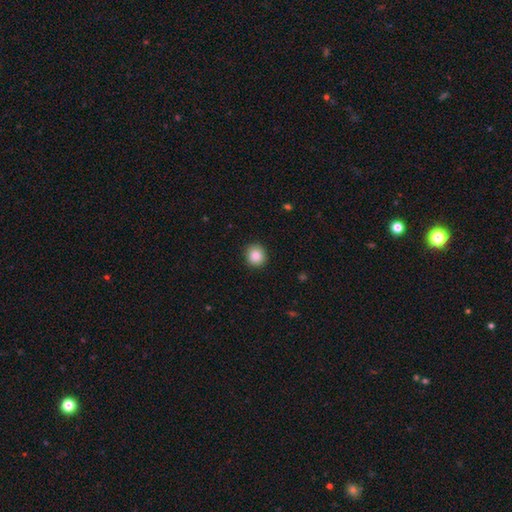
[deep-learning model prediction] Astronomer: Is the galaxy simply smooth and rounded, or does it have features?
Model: smooth — 87%.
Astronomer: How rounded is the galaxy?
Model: round — 88%.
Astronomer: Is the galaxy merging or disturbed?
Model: none — 91%.